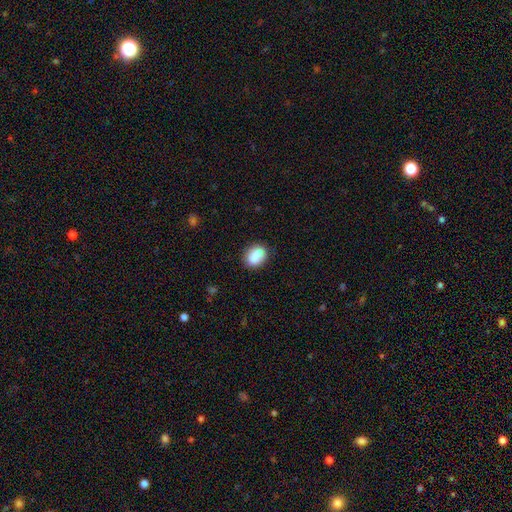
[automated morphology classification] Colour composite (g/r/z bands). It shows a smooth galaxy with no disk features (88%) that is in between round and cigar-shaped (70%). Merging: none (80%).